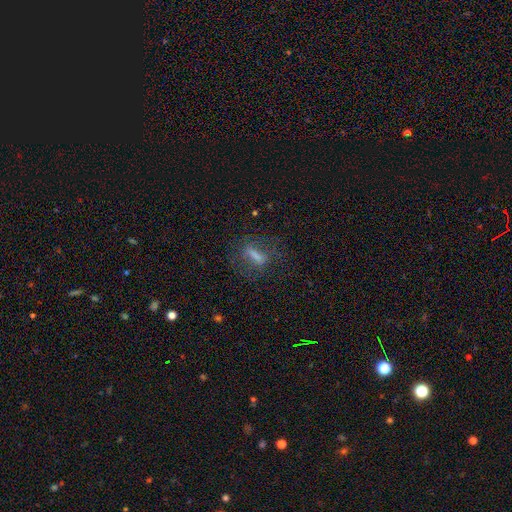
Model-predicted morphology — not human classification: A smooth galaxy with no disk features (45%). Merging: none (71%).